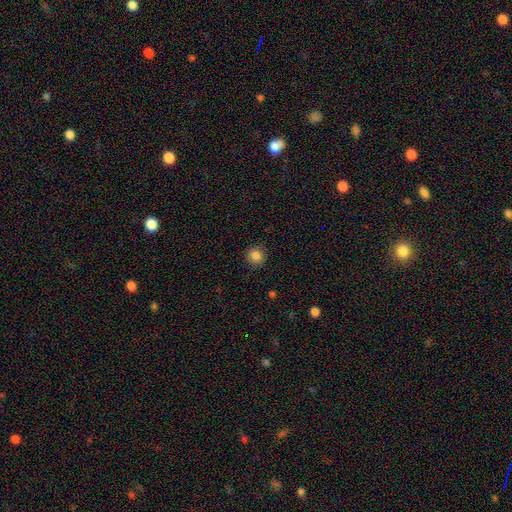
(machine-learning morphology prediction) A smooth galaxy with no disk features (86%) that is round (90%).

Vote fractions:
- Smooth or featured? smooth: 86% / star or artifact: 11% / featured or disk: 3%
- How rounded? round: 90% / in between: 9% / cigar-shaped: 1%
- Merging? none: 89% / minor disturbance: 7% / major disturbance: 2% / merger: 1%